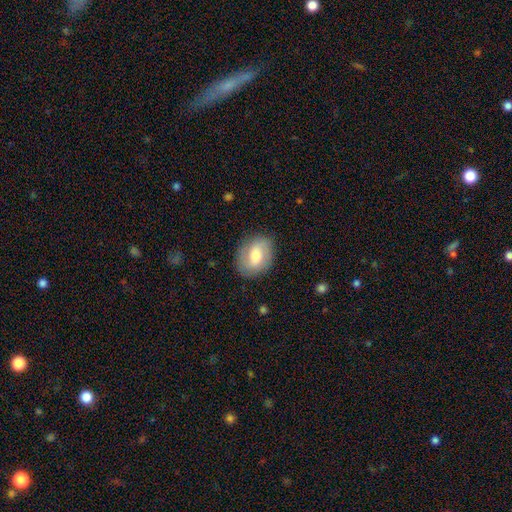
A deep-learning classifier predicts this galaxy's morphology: smooth_or_featured: featured or disk (p=0.47) [alt: smooth p=0.46]
merging: none (p=0.83) [alt: minor disturbance p=0.12]